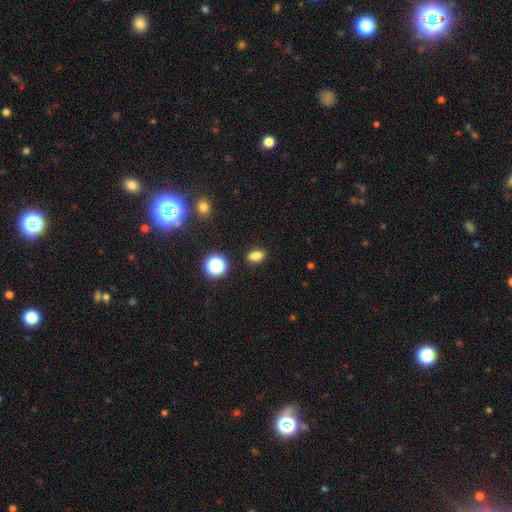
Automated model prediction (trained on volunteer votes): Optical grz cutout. It shows a smooth galaxy with no disk features (80%) that is in between round and cigar-shaped (78%). Merging: none (88%).